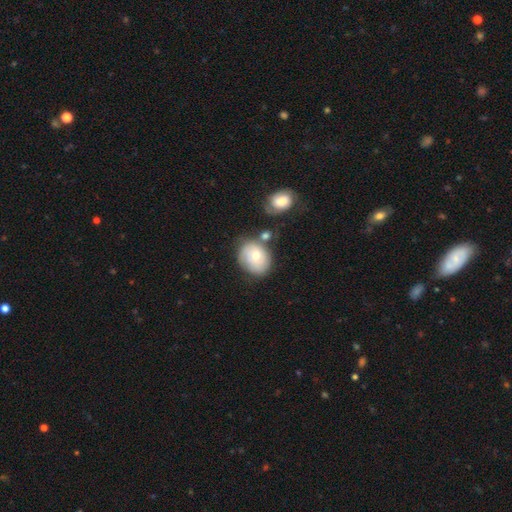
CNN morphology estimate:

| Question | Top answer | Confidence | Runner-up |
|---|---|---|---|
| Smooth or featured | smooth | 65% | featured or disk (27%) |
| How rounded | in between | 52% | round (47%) |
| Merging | none | 55% | minor disturbance (21%) |